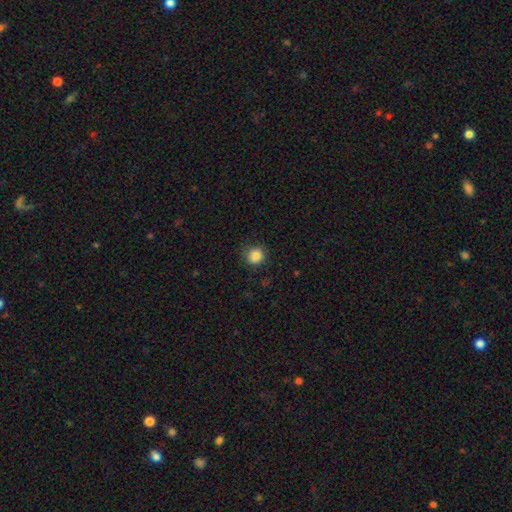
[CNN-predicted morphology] Q: Smooth or featured?
A: smooth (86%); runner-up: star or artifact (10%)
Q: How rounded?
A: round (87%); runner-up: in between (12%)
Q: Merging?
A: none (81%); runner-up: minor disturbance (14%)